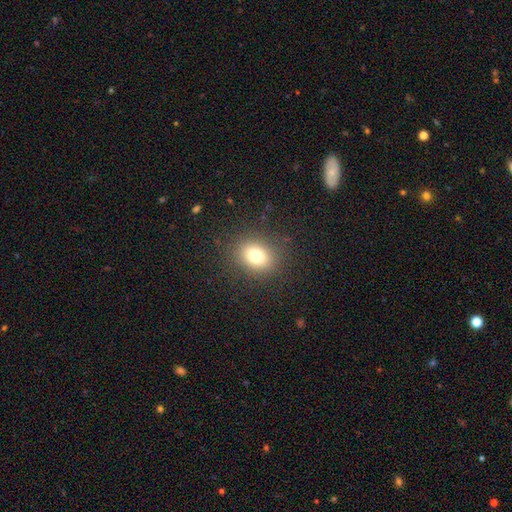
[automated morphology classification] Overall: smooth (76%). How rounded: round (52%; in between 47%). Merging: none (86%).